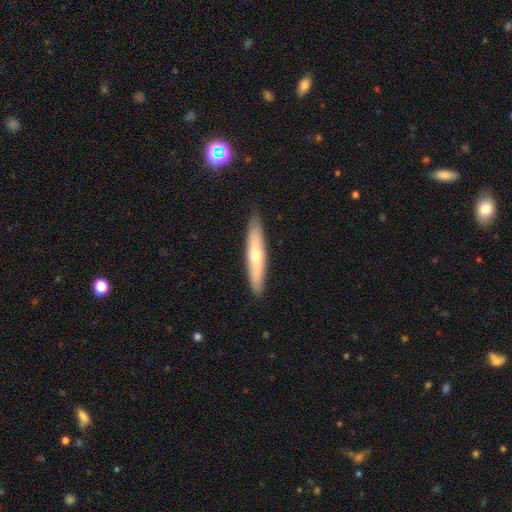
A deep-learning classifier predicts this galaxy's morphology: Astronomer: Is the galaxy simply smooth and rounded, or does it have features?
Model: smooth — 56% (runner-up: featured or disk, 38%).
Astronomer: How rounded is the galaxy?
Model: cigar-shaped — 89%.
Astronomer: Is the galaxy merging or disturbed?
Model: none — 89%.